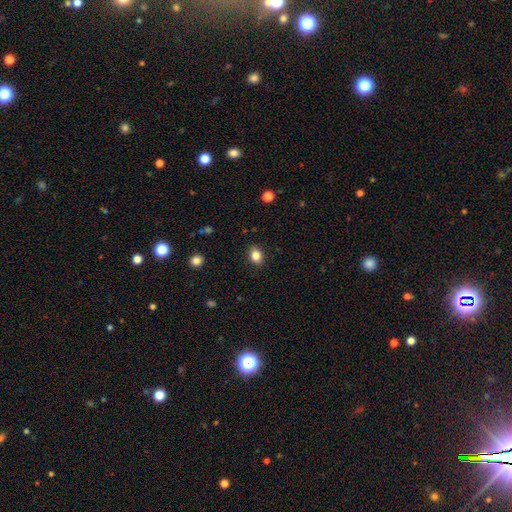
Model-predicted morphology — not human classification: smooth-or-featured: smooth: 84% | star or artifact: 10% | featured or disk: 6%
  how-rounded: in between: 58% | round: 41% | cigar-shaped: 1%
  merging: none: 88% | minor disturbance: 9% | major disturbance: 2% | merger: 1%